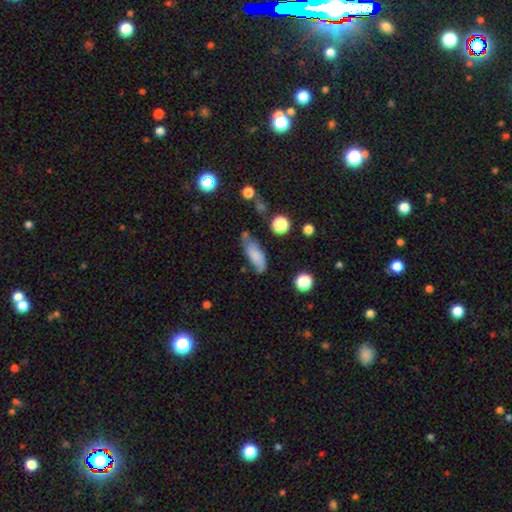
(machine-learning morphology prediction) Smooth or featured? Predicted: smooth (p=0.74). How rounded? Predicted: in between (p=0.72). Merging? Predicted: none (p=0.47).